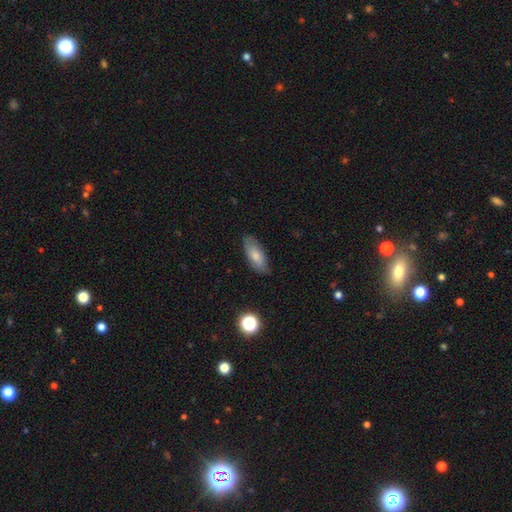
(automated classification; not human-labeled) A smooth galaxy with no disk features (74%) that is in between round and cigar-shaped (78%).

Vote fractions:
- Smooth or featured? smooth: 74% / featured or disk: 19% / star or artifact: 7%
- How rounded? in between: 78% / cigar-shaped: 20% / round: 2%
- Merging? none: 77% / minor disturbance: 18% / major disturbance: 3% / merger: 1%